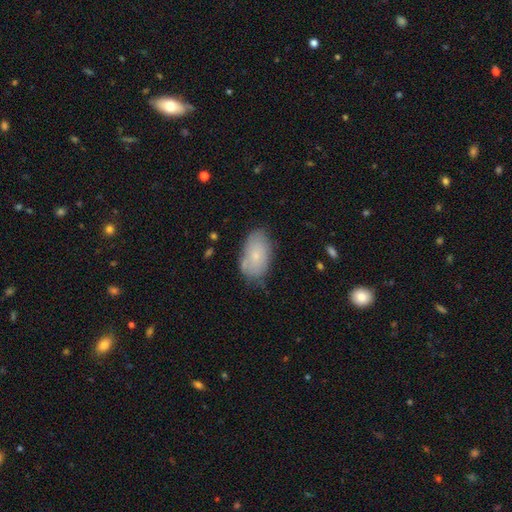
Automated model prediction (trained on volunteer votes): smooth 67%, featured or disk 26%, star or artifact 7%. Down the decision tree: how rounded — in between (92%); merging — none (67%).